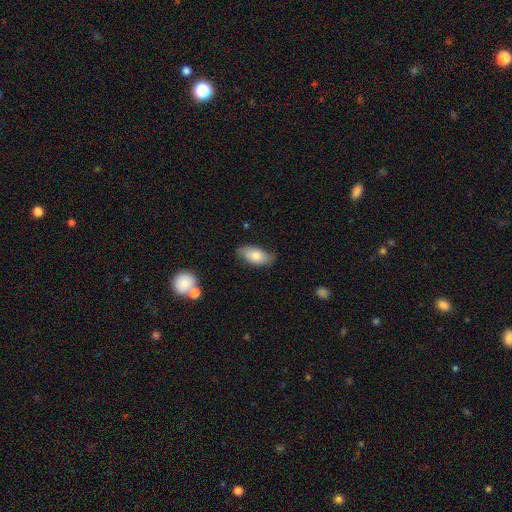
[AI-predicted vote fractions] The model was most divided on "merging": none: 75%, minor disturbance: 20%, major disturbance: 3%, merger: 2%. More confident: how rounded — in between (91%); smooth or featured — smooth (77%).